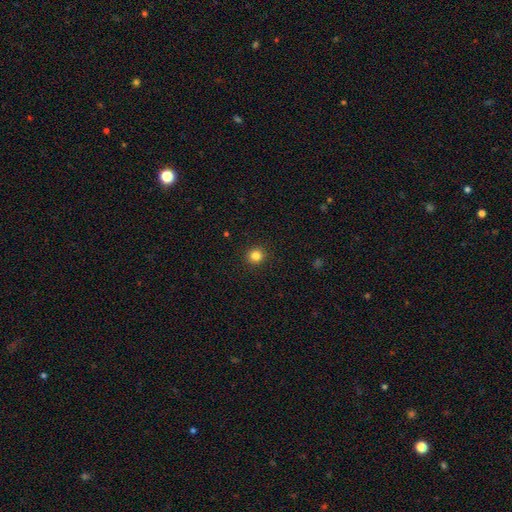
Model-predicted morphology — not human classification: type=smooth (83%); roundness=round (93%); merging=none (92%).